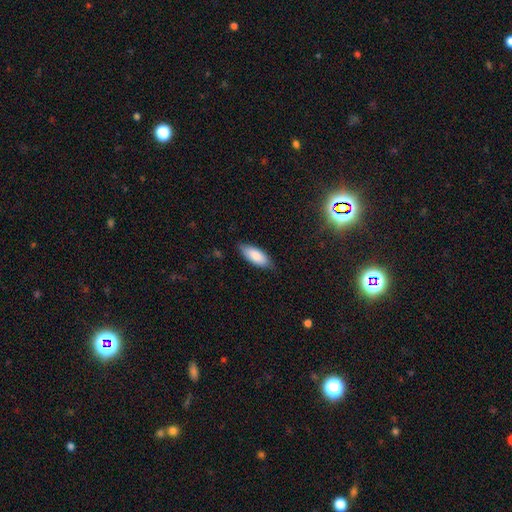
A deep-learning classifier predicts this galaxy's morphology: smooth_or_featured: smooth (p=0.84) [alt: featured or disk p=0.10]
how_rounded: in between (p=0.80) [alt: cigar-shaped p=0.18]
merging: none (p=0.79) [alt: minor disturbance p=0.18]